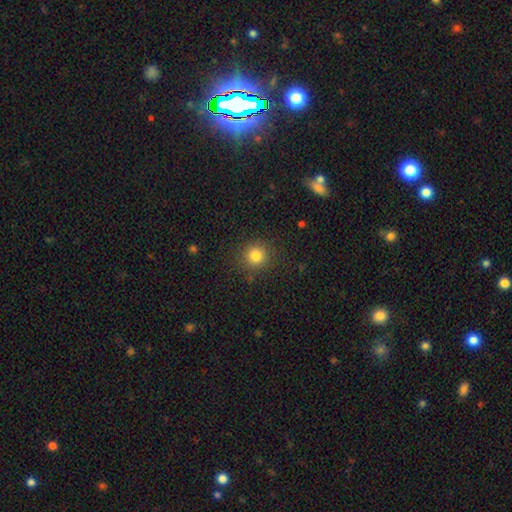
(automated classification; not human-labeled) Smooth or featured? smooth (82%)
How rounded? round (91%)
Merging? none (88%)